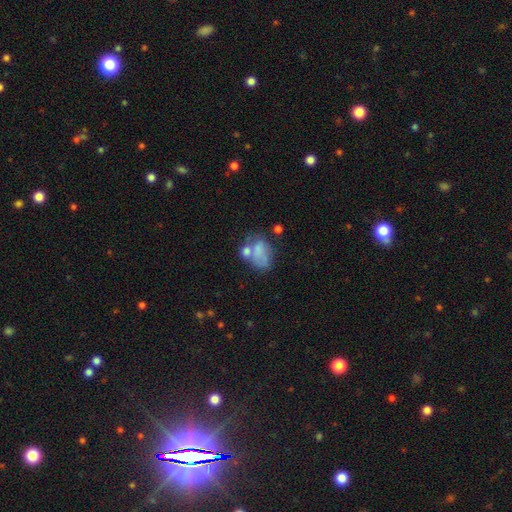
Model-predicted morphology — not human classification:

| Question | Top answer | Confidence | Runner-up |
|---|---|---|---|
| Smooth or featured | smooth | 49% | featured or disk (32%) |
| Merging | none | 40% | merger (24%) |